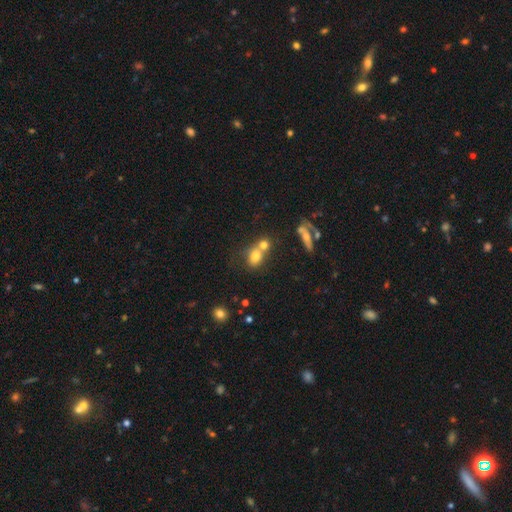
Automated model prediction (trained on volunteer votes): Smooth or featured: smooth — 72% (featured or disk — 15%)
How rounded: round — 52% (in between — 45%)
Merging: merger — 51% (none — 34%)